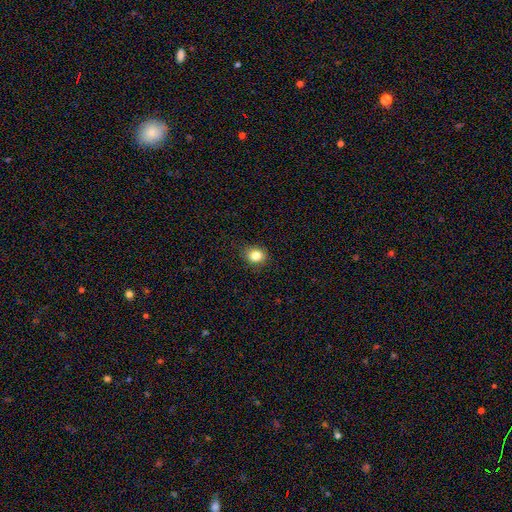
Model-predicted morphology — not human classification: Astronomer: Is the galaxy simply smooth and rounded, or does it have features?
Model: smooth — 83%.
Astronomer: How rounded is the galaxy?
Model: round — 71%.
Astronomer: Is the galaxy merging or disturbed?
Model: none — 86%.